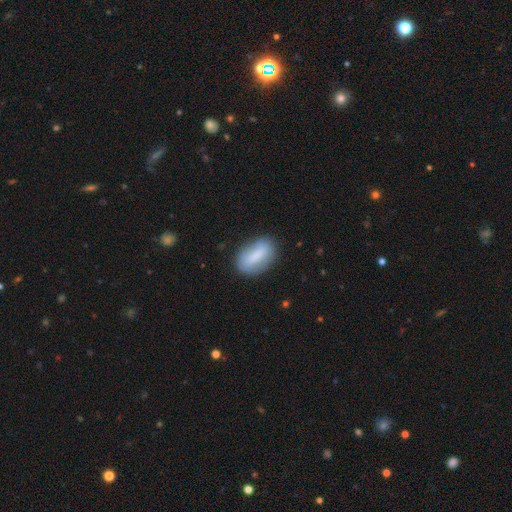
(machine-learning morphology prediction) Q: Smooth or featured?
A: smooth (74%); runner-up: featured or disk (19%)
Q: How rounded?
A: in between (88%); runner-up: cigar-shaped (7%)
Q: Merging?
A: none (76%); runner-up: minor disturbance (18%)